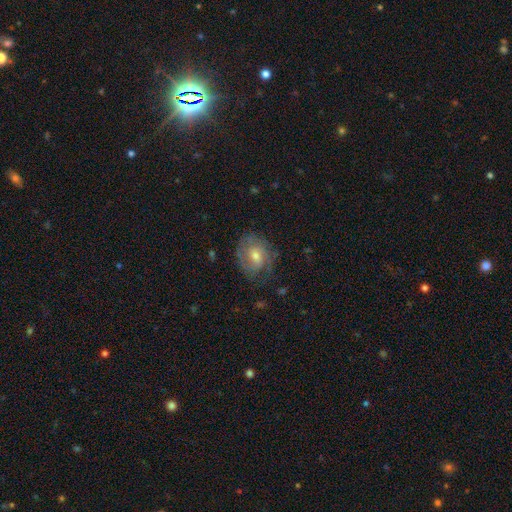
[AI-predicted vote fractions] The model was most divided on "spiral arm count": 2: 44%, can't tell: 34%, 1: 9%, 3: 8%, 4: 3%, more than 4: 3%. More confident: edge-on disk — no (97%); spiral arms — yes (82%); merging — none (67%); smooth or featured — featured or disk (63%); bar — no (60%); bulge size — moderate (53%); spiral winding — tight (51%).